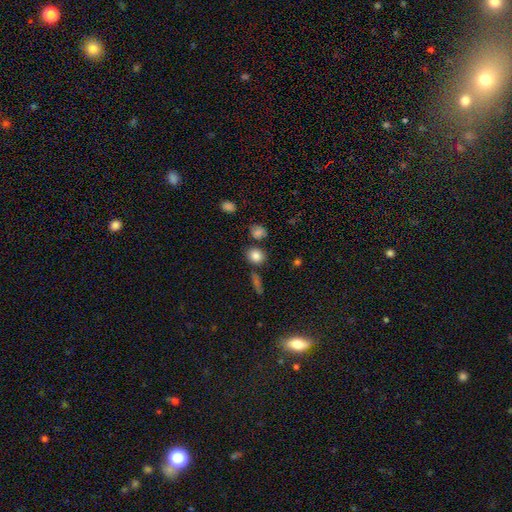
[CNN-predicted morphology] This appears to be a smooth galaxy with no disk features (82%) that is round (72%). Merging: none (78%).